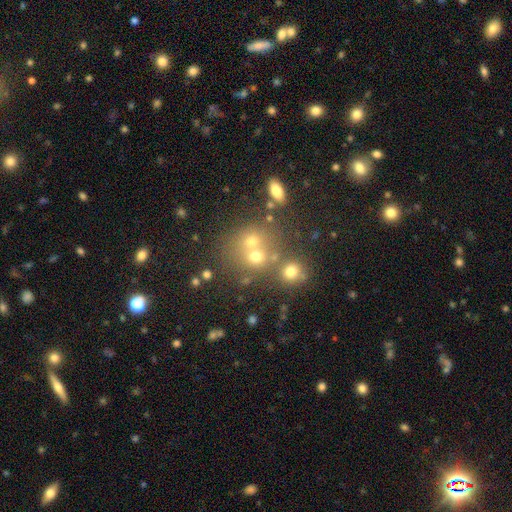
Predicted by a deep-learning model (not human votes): Overall: smooth (62%). How rounded: round (77%). Merging: none (45%; merger 42%).